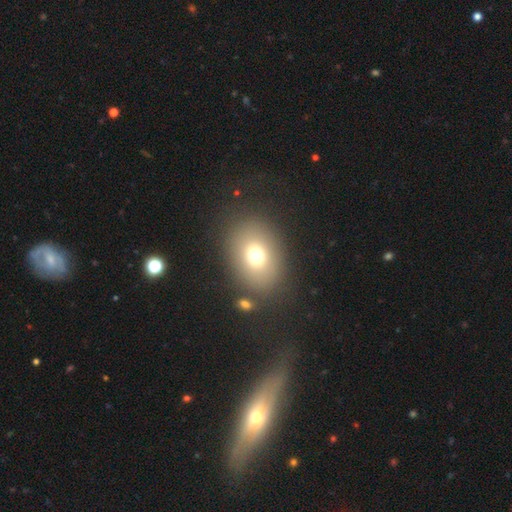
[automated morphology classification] A smooth galaxy with no disk features (72%) that is in between round and cigar-shaped (62%). Merging: none (82%).